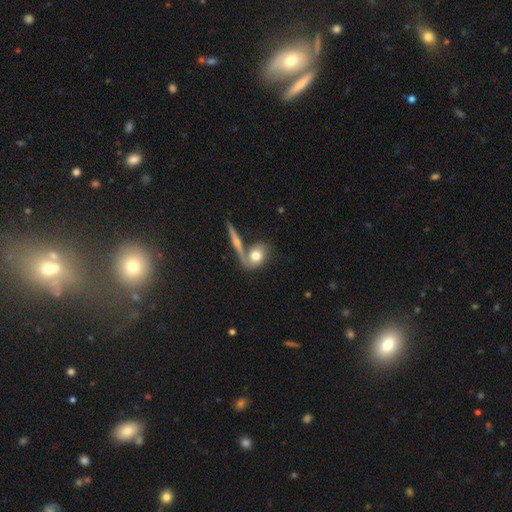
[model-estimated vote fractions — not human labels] smooth-or-featured: smooth: 59% | featured or disk: 34% | star or artifact: 7%
  how-rounded: in between: 48% | round: 43% | cigar-shaped: 9%
  merging: none: 44% | merger: 36% | minor disturbance: 12% | major disturbance: 7%